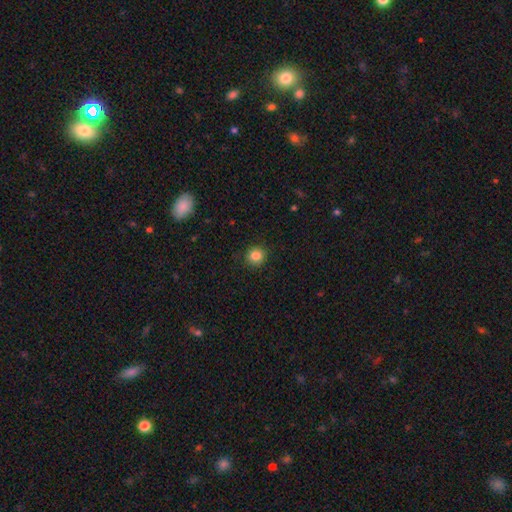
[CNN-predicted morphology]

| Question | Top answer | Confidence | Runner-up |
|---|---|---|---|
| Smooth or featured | smooth | 84% | star or artifact (11%) |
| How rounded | round | 89% | in between (10%) |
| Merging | none | 90% | minor disturbance (7%) |